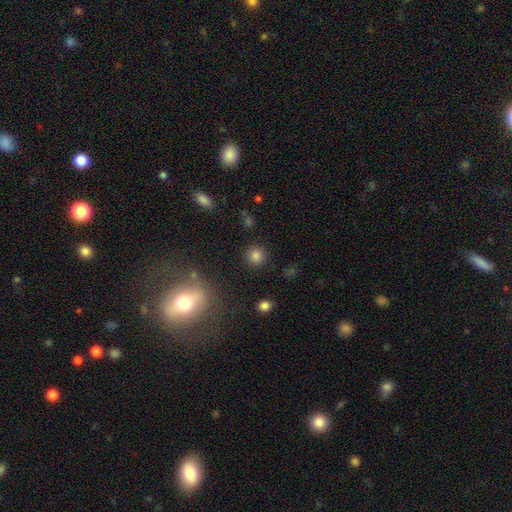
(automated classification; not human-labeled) The model was most divided on "smooth or featured": smooth: 82%, star or artifact: 13%, featured or disk: 5%. More confident: how rounded — round (93%); merging — none (90%).